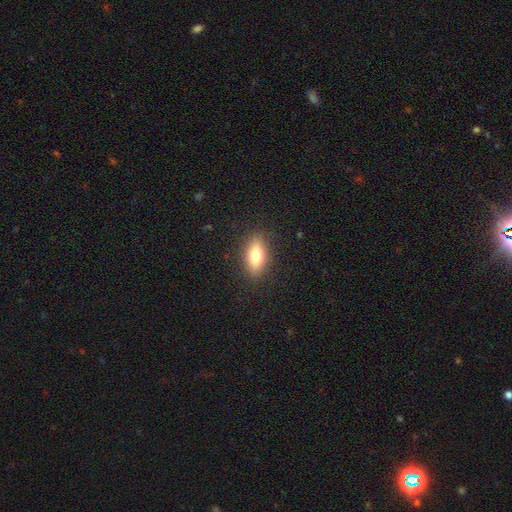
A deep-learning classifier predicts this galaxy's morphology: Overall: smooth (77%). How rounded: in between (77%). Merging: none (87%).